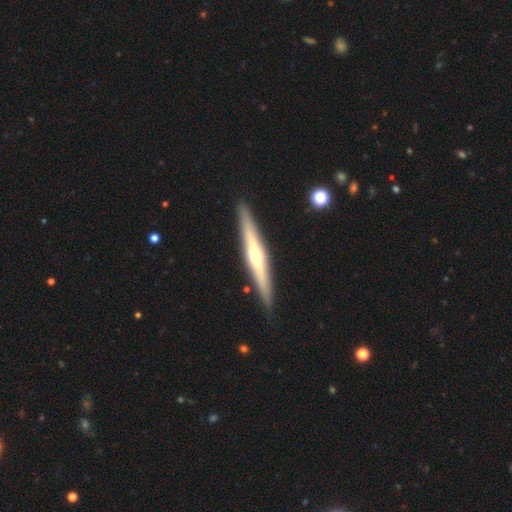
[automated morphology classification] A featured or disk galaxy (71%) viewed edge-on (96%) with a rounded central bulge (84%).

Vote fractions:
- Smooth or featured? featured or disk: 71% / smooth: 24% / star or artifact: 5%
- Edge-on disk? yes: 96% / no: 4%
- Edge-on bulge? rounded: 84% / none: 12% / boxy: 4%
- Merging? none: 91% / minor disturbance: 6% / major disturbance: 1% / merger: 1%